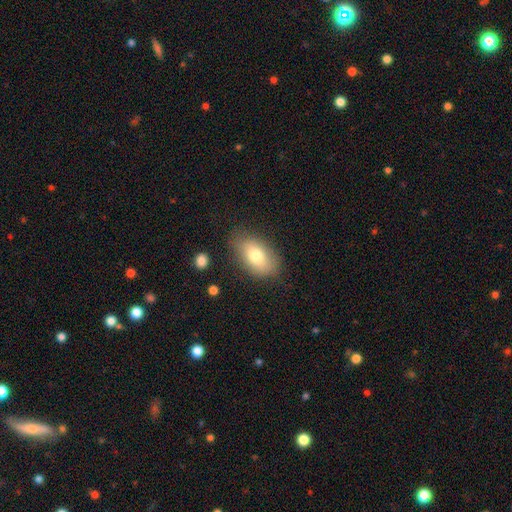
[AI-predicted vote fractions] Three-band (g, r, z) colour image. It shows a smooth galaxy with no disk features (76%) that is in between round and cigar-shaped (90%). Merging: none (79%).